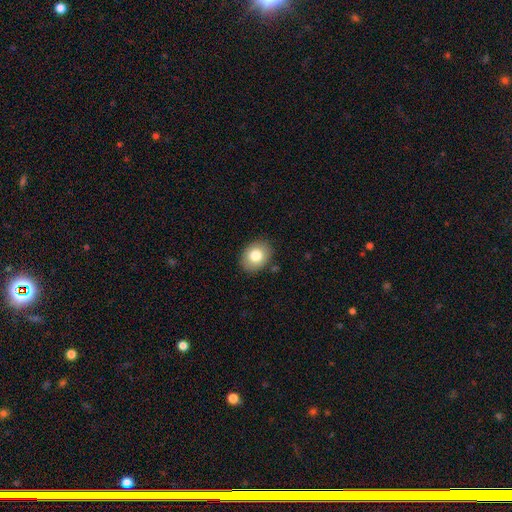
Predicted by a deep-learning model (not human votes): Smooth or featured: smooth — 80% (featured or disk — 12%)
How rounded: in between — 61% (round — 39%)
Merging: none — 86% (minor disturbance — 10%)